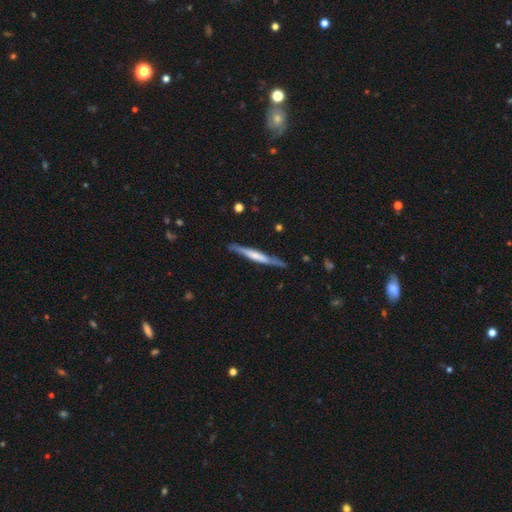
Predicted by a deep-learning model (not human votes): smooth_or_featured: featured or disk (p=0.56) [alt: smooth p=0.39]
disk_edge_on: yes (p=0.94) [alt: no p=0.06]
edge_on_bulge: none (p=0.41) [alt: rounded p=0.30]
merging: none (p=0.80) [alt: minor disturbance p=0.16]